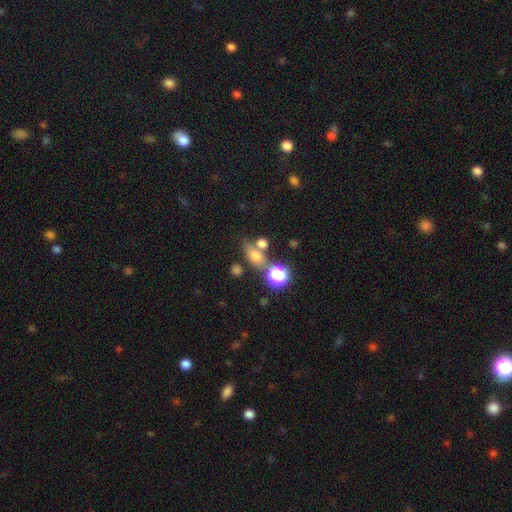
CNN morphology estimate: smooth 67%, star or artifact 19%, featured or disk 14%. Down the decision tree: how rounded — in between (63%); merging — none (54%).